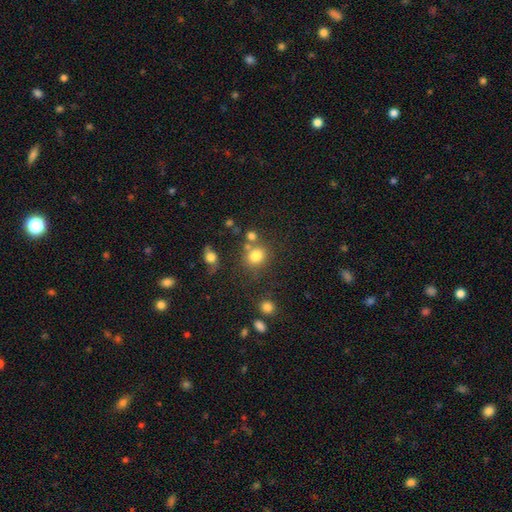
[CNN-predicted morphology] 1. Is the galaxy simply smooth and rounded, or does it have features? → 79% smooth, 14% star or artifact, 8% featured or disk.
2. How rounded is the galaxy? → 75% round, 24% in between, 1% cigar-shaped.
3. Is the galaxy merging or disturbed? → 65% none, 17% merger, 12% minor disturbance, 5% major disturbance.